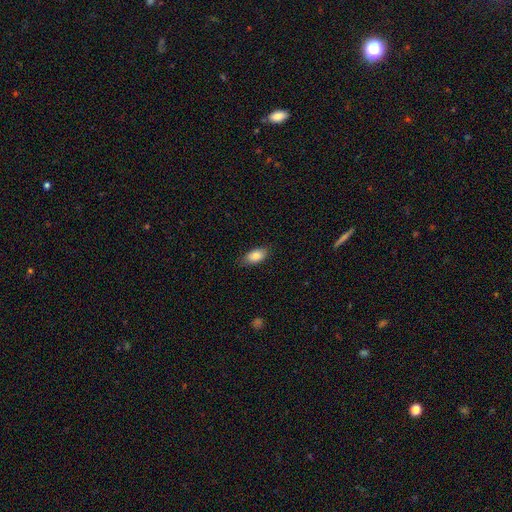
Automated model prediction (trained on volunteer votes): The model was most divided on "merging": none: 83%, minor disturbance: 13%, major disturbance: 3%, merger: 1%. More confident: how rounded — in between (92%); smooth or featured — smooth (85%).